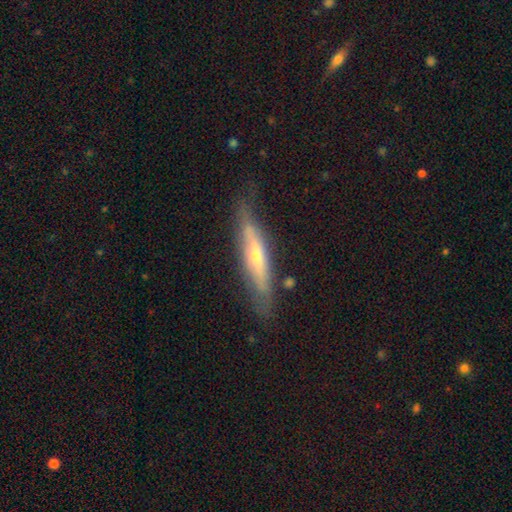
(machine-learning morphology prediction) smooth-or-featured: featured or disk: 61% | smooth: 33% | star or artifact: 6%
  disk-edge-on: yes: 82% | no: 18%
  merging: none: 74% | minor disturbance: 19% | major disturbance: 5% | merger: 2%